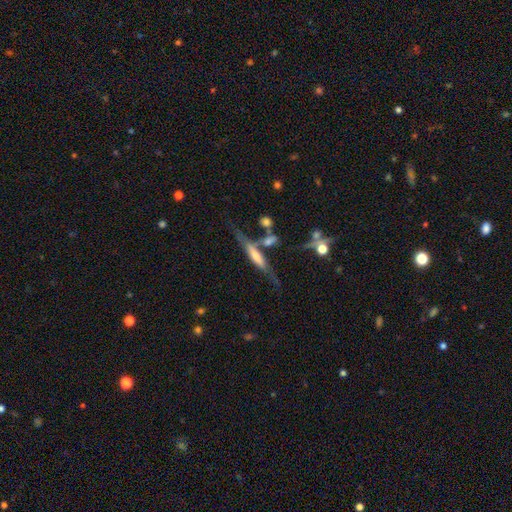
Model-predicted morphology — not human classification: The model was most divided on "edge-on bulge": rounded: 43%, boxy: 34%, none: 23%. More confident: edge-on disk — yes (87%); smooth or featured — featured or disk (61%); merging — none (55%).